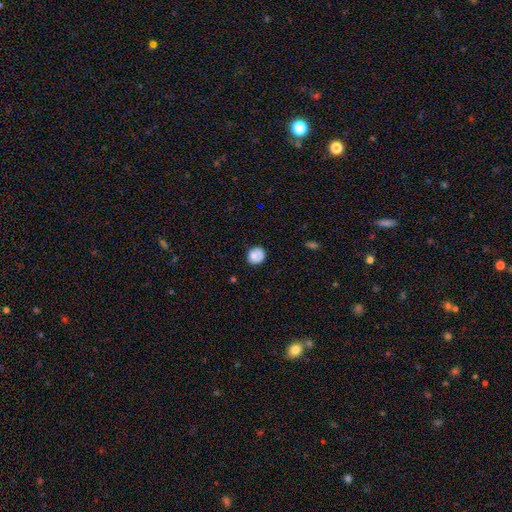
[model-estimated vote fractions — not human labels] Smooth or featured? smooth (80%)
How rounded? round (81%)
Merging? none (77%)